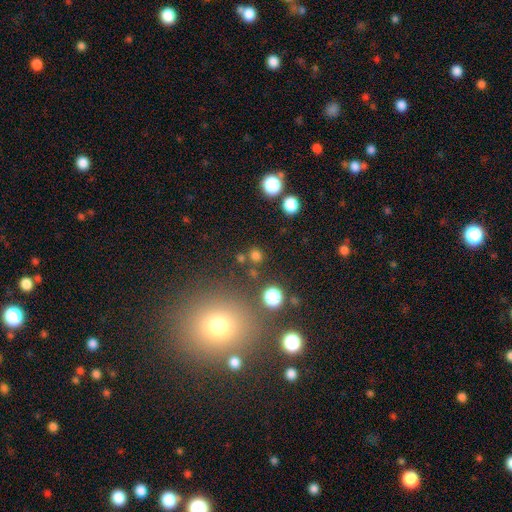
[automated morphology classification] Smooth or featured? Predicted: smooth (p=0.71). How rounded? Predicted: round (p=0.89). Merging? Predicted: none (p=0.80).